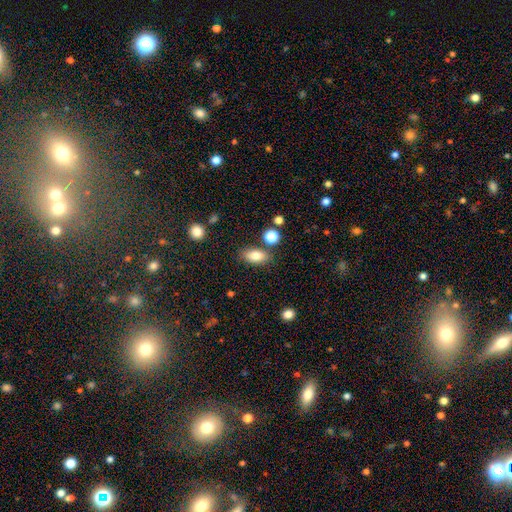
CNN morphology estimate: Smooth or featured? smooth (81%)
How rounded? in between (86%)
Merging? none (79%)